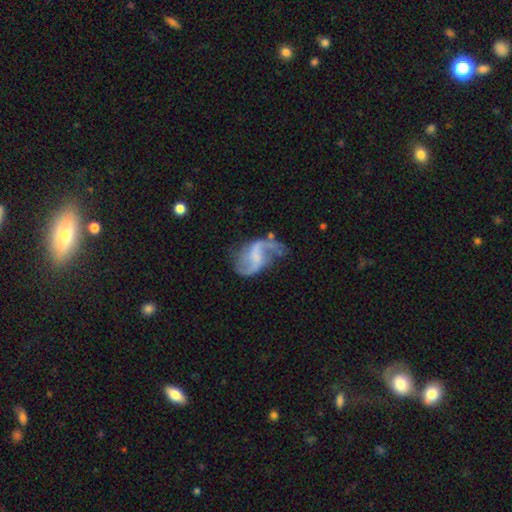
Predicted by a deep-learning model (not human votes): Smooth or featured? Predicted: featured or disk (p=0.85). Edge-on disk? Predicted: no (p=0.98). Bar? Predicted: weak (p=0.48). Spiral arms? Predicted: yes (p=0.93). Spiral winding? Predicted: loose (p=0.76). Spiral arm count? Predicted: 2 (p=0.89). Bulge size? Predicted: none (p=0.54). Merging? Predicted: none (p=0.52).